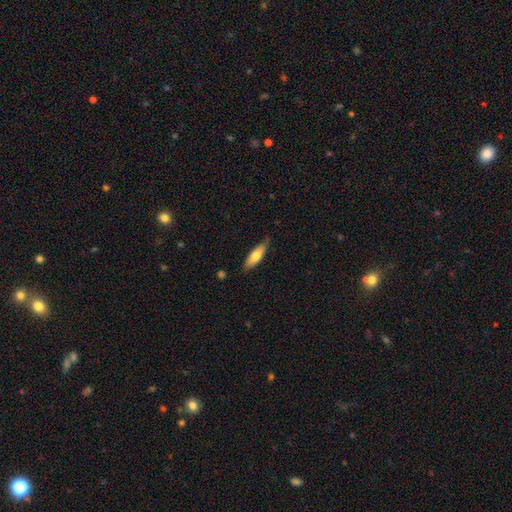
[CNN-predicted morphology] type=smooth (70%); roundness=in between (51%); merging=none (77%).